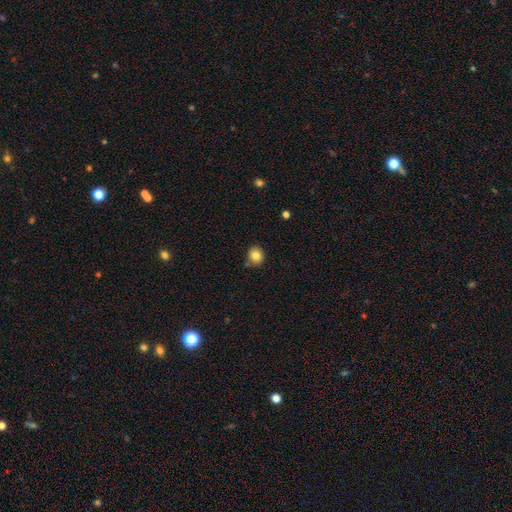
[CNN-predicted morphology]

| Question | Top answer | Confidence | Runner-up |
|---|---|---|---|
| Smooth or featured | smooth | 83% | star or artifact (10%) |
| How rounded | round | 81% | in between (18%) |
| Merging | none | 77% | minor disturbance (15%) |